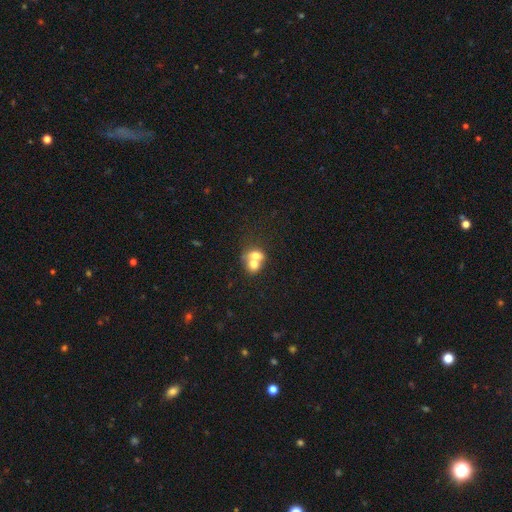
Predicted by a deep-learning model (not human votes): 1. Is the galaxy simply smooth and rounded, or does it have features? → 67% smooth, 24% featured or disk, 10% star or artifact.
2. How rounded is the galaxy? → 54% round, 44% in between, 1% cigar-shaped.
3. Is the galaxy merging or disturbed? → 72% merger, 19% none, 6% minor disturbance, 4% major disturbance.